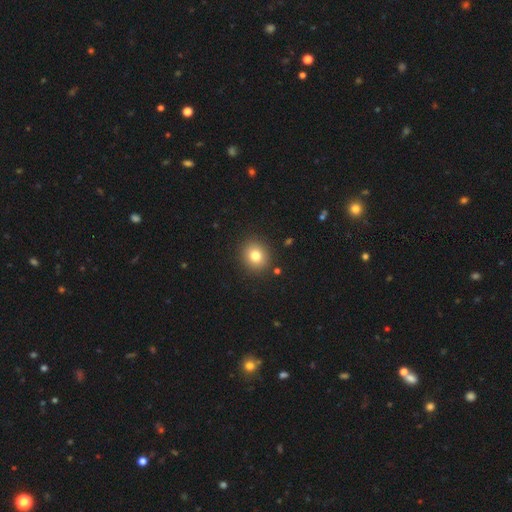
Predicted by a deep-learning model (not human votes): smooth 79%, star or artifact 12%, featured or disk 9%. Down the decision tree: how rounded — round (78%); merging — none (90%).